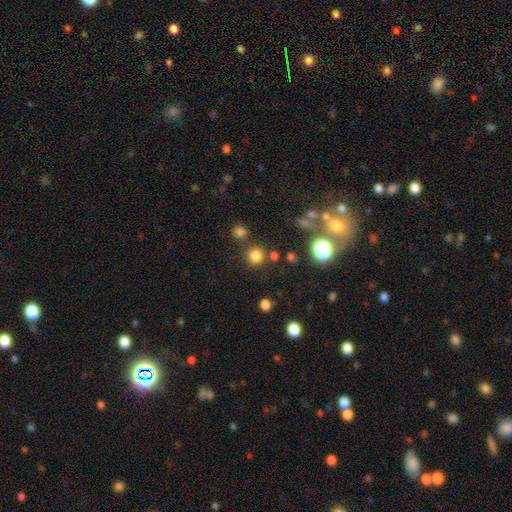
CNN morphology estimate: This is likely a smooth galaxy (78%). How rounded: clearly round (92%). Merging: clearly none (81%).